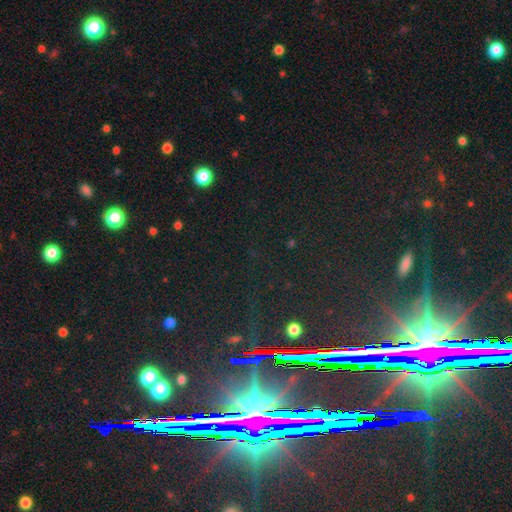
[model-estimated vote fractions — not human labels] Smooth or featured? star or artifact (81%)